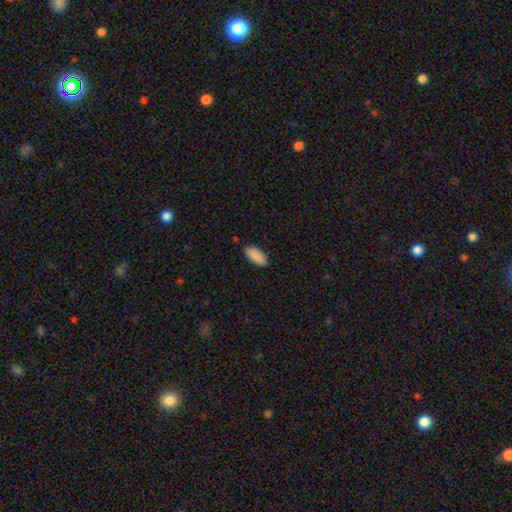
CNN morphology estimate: This appears to be a smooth galaxy with no disk features (90%) that is in between round and cigar-shaped (89%). Merging: none (88%).